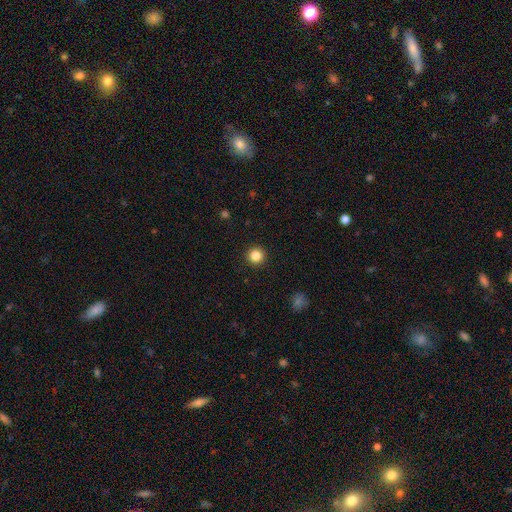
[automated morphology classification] A smooth galaxy with no disk features (85%) that is round (96%). Merging: none (93%).